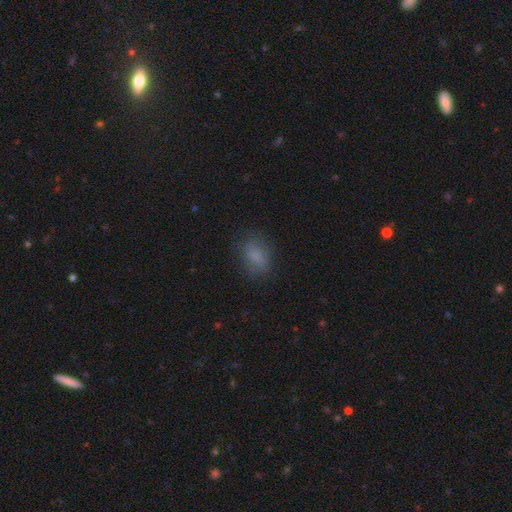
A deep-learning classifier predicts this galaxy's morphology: Q: Smooth or featured?
A: smooth (78%); runner-up: star or artifact (11%)
Q: How rounded?
A: in between (76%); runner-up: round (22%)
Q: Merging?
A: none (73%); runner-up: minor disturbance (18%)